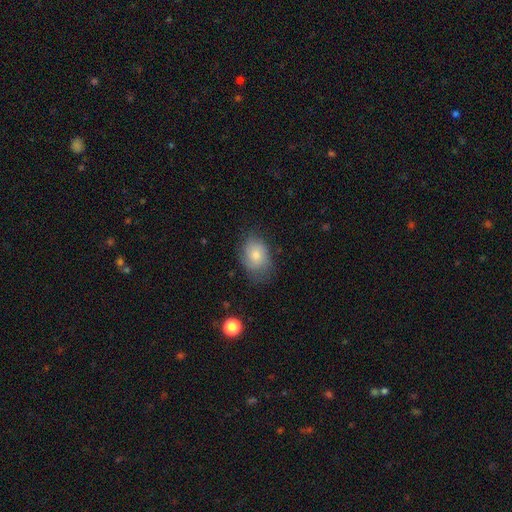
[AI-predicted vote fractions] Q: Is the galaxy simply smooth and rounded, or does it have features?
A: smooth — 67%.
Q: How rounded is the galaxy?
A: in between — 75%.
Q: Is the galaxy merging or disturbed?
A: none — 68%.